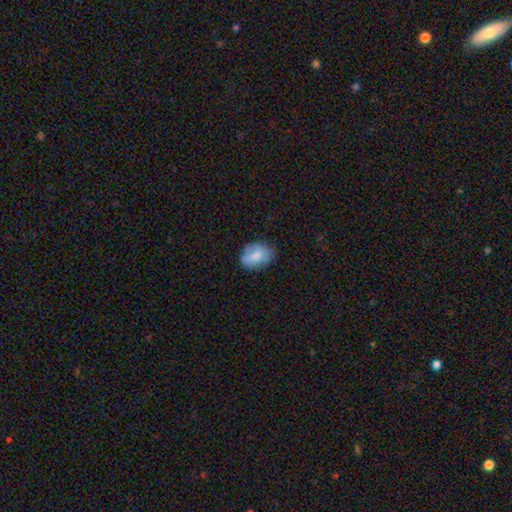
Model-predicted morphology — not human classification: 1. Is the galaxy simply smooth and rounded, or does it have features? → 73% smooth, 19% featured or disk, 7% star or artifact.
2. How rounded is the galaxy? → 77% in between, 22% round, 1% cigar-shaped.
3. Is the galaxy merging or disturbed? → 67% none, 24% minor disturbance, 7% major disturbance, 1% merger.